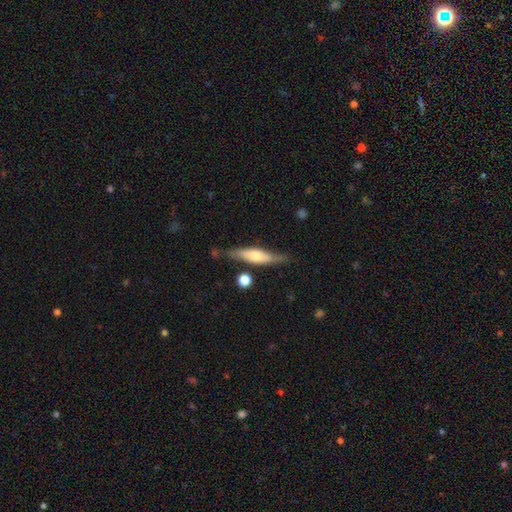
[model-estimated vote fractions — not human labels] Smooth or featured? featured or disk (47%, tied with smooth)
Merging? none (71%)